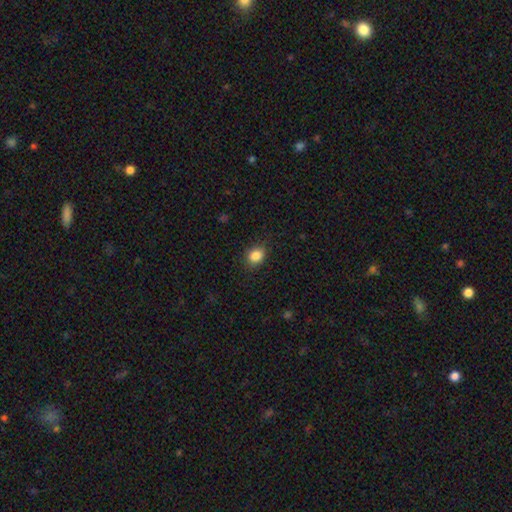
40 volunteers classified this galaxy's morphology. Smooth or featured: smooth — 88% (star or artifact — 10%)
How rounded: in between — 57% (round — 43%)
Merging: none — 89% (minor disturbance — 8%)